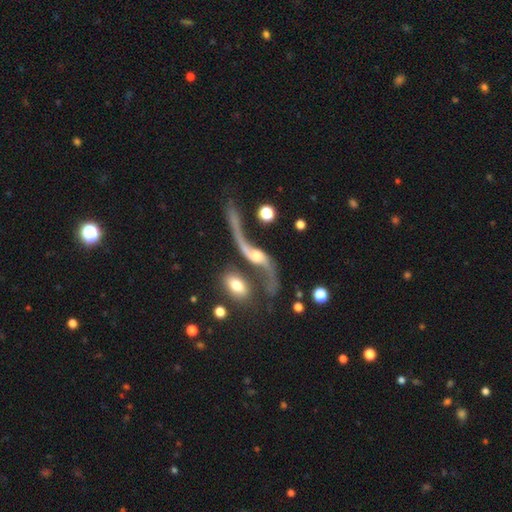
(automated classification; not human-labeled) smooth_or_featured: featured or disk (p=0.87) [alt: smooth p=0.08]
disk_edge_on: no (p=0.88) [alt: yes p=0.12]
bar: no (p=0.52) [alt: weak p=0.35]
has_spiral_arms: yes (p=0.94) [alt: no p=0.06]
spiral_winding: loose (p=0.95) [alt: medium p=0.04]
spiral_arm_count: 2 (p=0.93) [alt: 1 p=0.03]
bulge_size: moderate (p=0.46) [alt: small p=0.32]
merging: none (p=0.47) [alt: merger p=0.18]